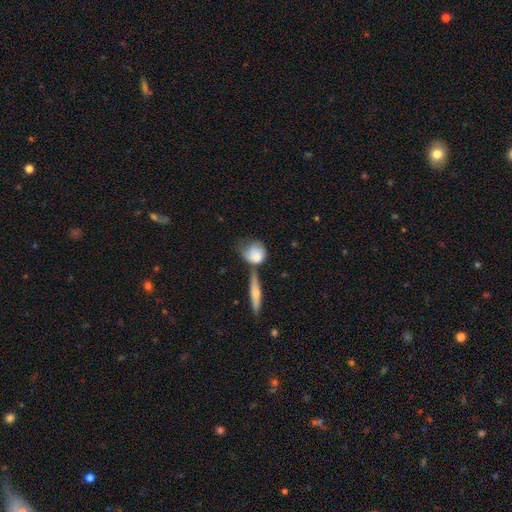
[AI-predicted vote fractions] smooth 73%, featured or disk 21%, star or artifact 6%. Down the decision tree: how rounded — round (66%); merging — none (37%).